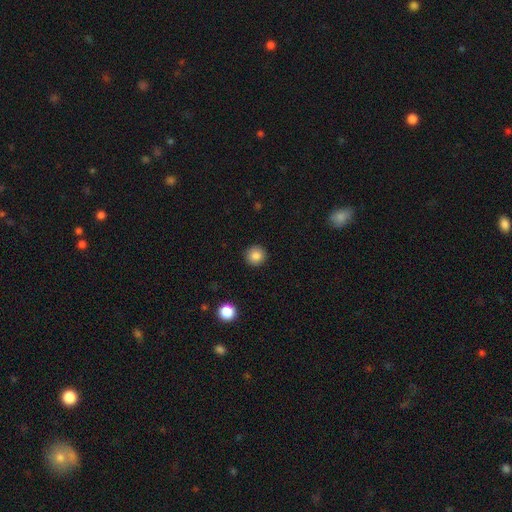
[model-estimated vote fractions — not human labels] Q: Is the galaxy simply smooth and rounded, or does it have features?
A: smooth — 85%.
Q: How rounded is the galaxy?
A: round — 95%.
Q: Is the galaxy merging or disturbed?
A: none — 92%.